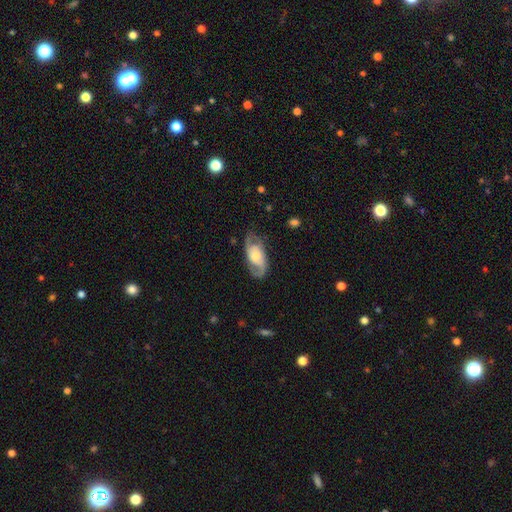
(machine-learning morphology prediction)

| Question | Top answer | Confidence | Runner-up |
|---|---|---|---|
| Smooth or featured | featured or disk | 77% | smooth (18%) |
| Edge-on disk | no | 94% | yes (6%) |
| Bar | no | 58% | weak (34%) |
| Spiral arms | yes | 92% | no (8%) |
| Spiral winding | medium | 48% | tight (26%) |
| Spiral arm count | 2 | 81% | can't tell (9%) |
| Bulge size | moderate | 50% | small (35%) |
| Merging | none | 72% | minor disturbance (18%) |